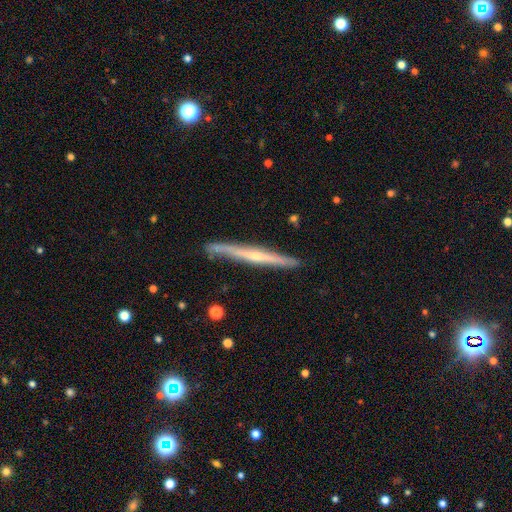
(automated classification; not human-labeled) Morphology: type=featured or disk (73%); edge-on=yes (97%); edge-on bulge=rounded (57%); merging=none (85%).